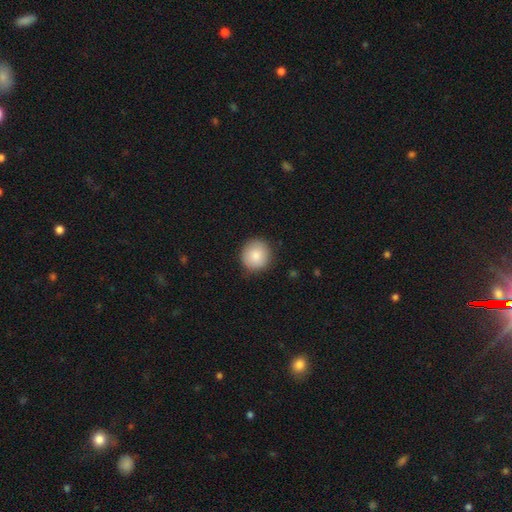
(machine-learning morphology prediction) Smooth or featured?
  - smooth: 84% *
  - featured or disk: 8%
  - star or artifact: 7%
How rounded?
  - round: 92% *
  - in between: 7%
  - cigar-shaped: 1%
Merging?
  - none: 87% *
  - minor disturbance: 10%
  - major disturbance: 2%
  - merger: 1%